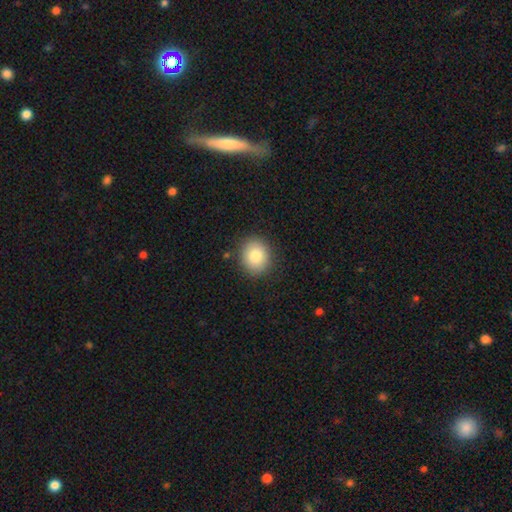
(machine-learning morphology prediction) This appears to be a smooth galaxy with no disk features (81%) that is round (75%). Merging: none (88%).